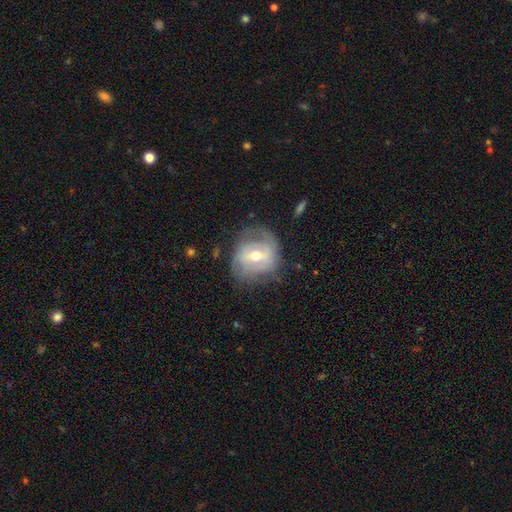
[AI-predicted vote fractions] Smooth or featured?
  - featured or disk: 70% *
  - smooth: 23%
  - star or artifact: 7%
Edge-on disk?
  - no: 96% *
  - yes: 4%
Bar?
  - weak: 48% *
  - strong: 26%
  - no: 25%
Spiral arms?
  - yes: 78% *
  - no: 22%
Spiral winding?
  - tight: 41% *
  - medium: 37%
  - loose: 21%
Spiral arm count?
  - 2: 53% *
  - can't tell: 28%
  - 1: 9%
  - 3: 7%
  - 4: 2%
  - more than 4: 2%
Bulge size?
  - moderate: 65% *
  - small: 30%
  - large: 3%
  - none: 1%
  - dominant: 1%
Merging?
  - none: 63% *
  - minor disturbance: 22%
  - major disturbance: 13%
  - merger: 2%